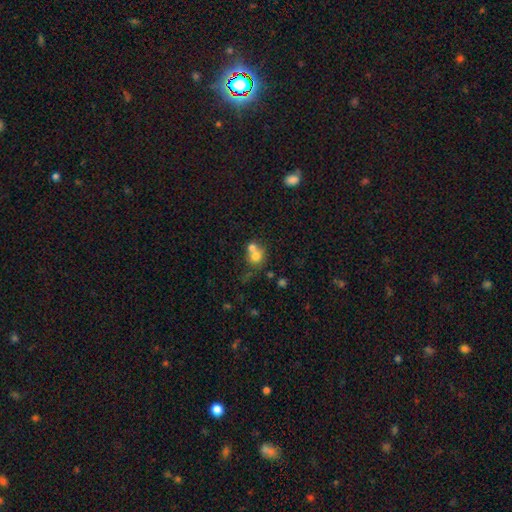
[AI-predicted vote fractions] Smooth or featured? Predicted: smooth (p=0.71). How rounded? Predicted: round (p=0.77). Merging? Predicted: merger (p=0.59).